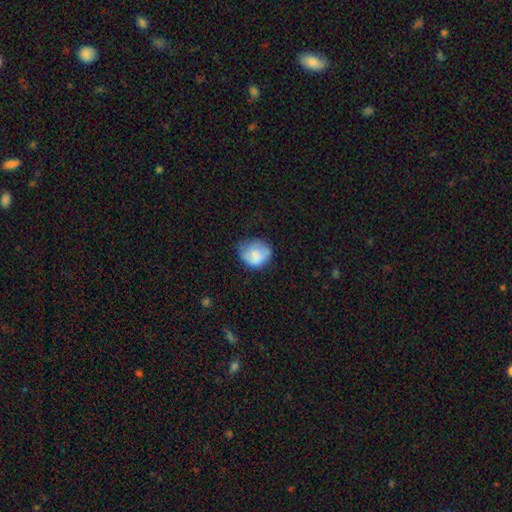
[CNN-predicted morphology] Smooth or featured? Predicted: smooth (p=0.73). How rounded? Predicted: round (p=0.67). Merging? Predicted: none (p=0.51).